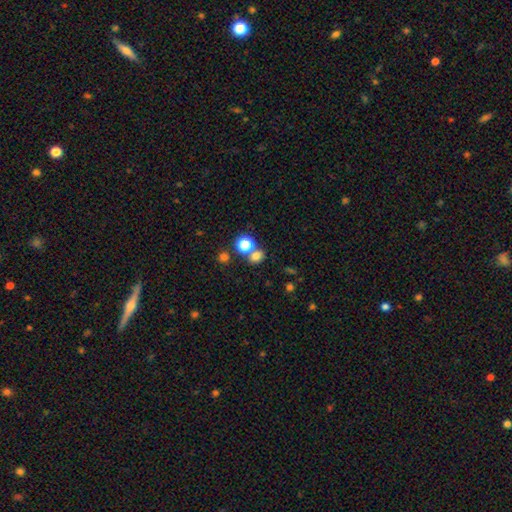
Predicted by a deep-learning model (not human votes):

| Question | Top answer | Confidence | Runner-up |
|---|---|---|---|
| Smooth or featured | smooth | 73% | star or artifact (19%) |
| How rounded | round | 62% | in between (37%) |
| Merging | none | 62% | merger (25%) |